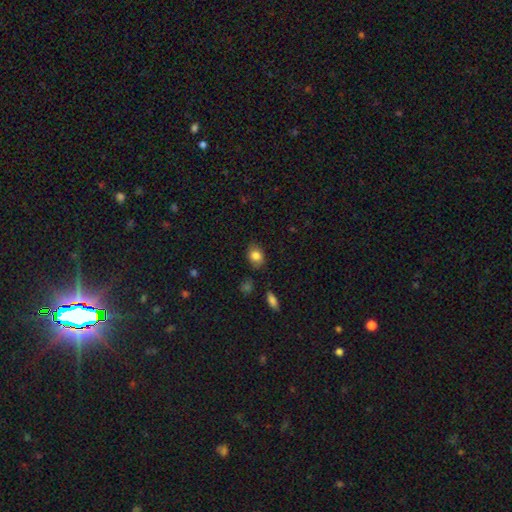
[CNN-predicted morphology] smooth 81%, featured or disk 10%, star or artifact 8%. Down the decision tree: how rounded — in between (70%); merging — none (78%).